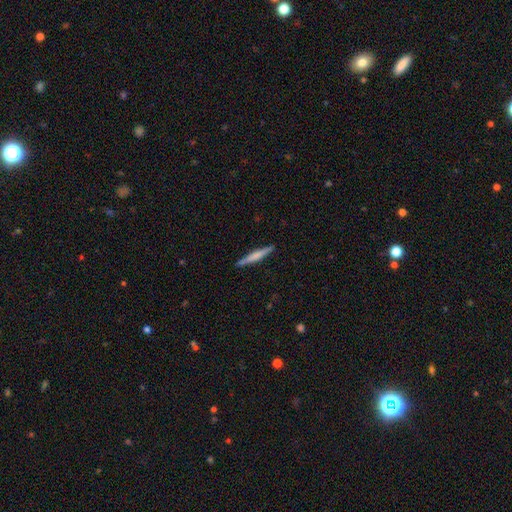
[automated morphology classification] Smooth or featured?
  - smooth: 55% *
  - featured or disk: 40%
  - star or artifact: 5%
How rounded?
  - cigar-shaped: 95% *
  - in between: 4%
  - round: 1%
Merging?
  - none: 89% *
  - minor disturbance: 8%
  - major disturbance: 2%
  - merger: 1%